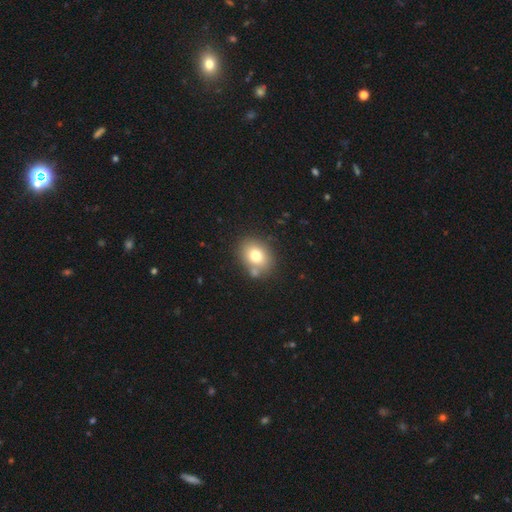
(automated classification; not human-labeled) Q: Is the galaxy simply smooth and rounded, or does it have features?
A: smooth — 76%.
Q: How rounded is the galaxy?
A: in between — 56%.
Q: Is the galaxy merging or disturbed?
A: none — 73%.